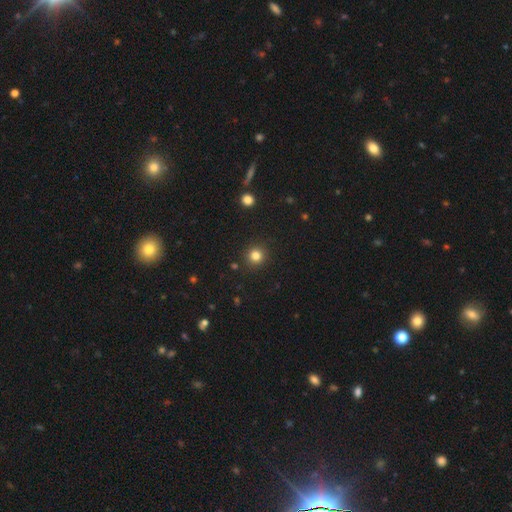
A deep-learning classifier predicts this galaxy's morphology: The model was most divided on "smooth or featured": smooth: 81%, star or artifact: 13%, featured or disk: 5%. More confident: how rounded — round (93%); merging — none (91%).